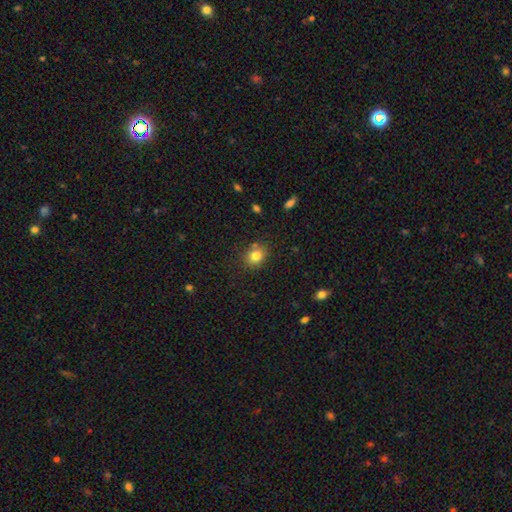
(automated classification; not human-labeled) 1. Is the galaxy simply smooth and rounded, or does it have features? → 81% smooth, 11% star or artifact, 8% featured or disk.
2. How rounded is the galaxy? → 62% round, 37% in between, 1% cigar-shaped.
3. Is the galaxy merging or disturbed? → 77% none, 13% minor disturbance, 7% merger, 3% major disturbance.